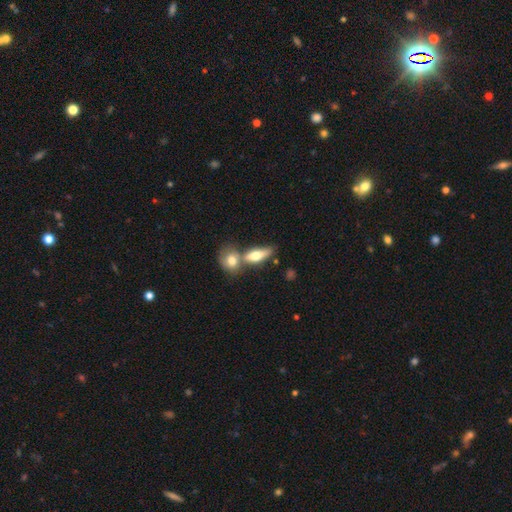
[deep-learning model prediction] Smooth or featured? Predicted: smooth (p=0.67). How rounded? Predicted: in between (p=0.65). Merging? Predicted: merger (p=0.54).